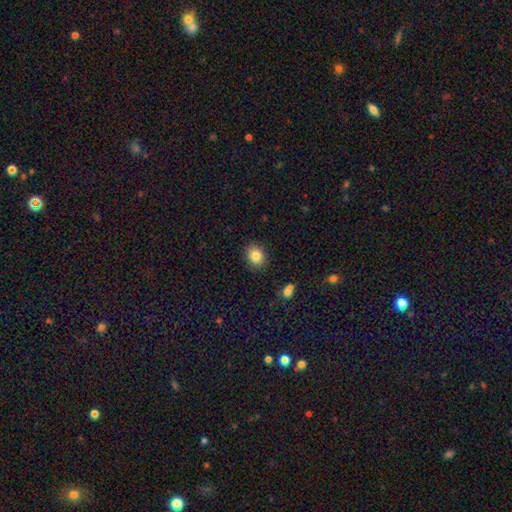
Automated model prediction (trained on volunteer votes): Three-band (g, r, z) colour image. It shows a smooth galaxy with no disk features (84%) that is round (62%). Merging: none (89%).